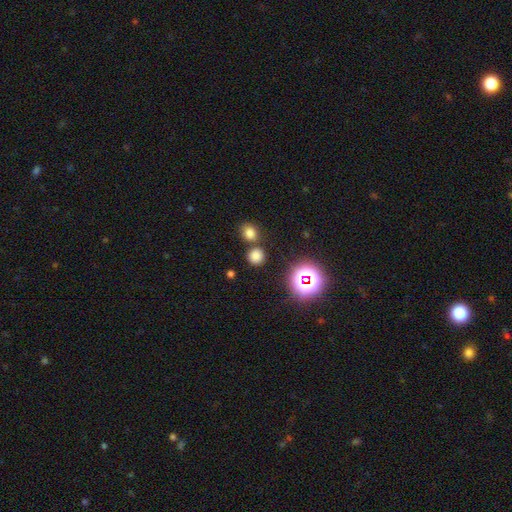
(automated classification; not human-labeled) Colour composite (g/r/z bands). It shows a smooth galaxy with no disk features (73%) that is round (87%). Merging: none (73%).